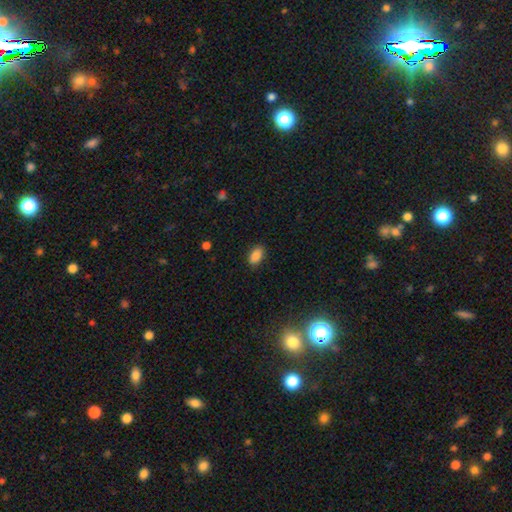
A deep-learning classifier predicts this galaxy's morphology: smooth-or-featured: smooth: 86% | star or artifact: 9% | featured or disk: 5%
  how-rounded: in between: 91% | round: 7% | cigar-shaped: 3%
  merging: none: 86% | minor disturbance: 11% | major disturbance: 2% | merger: 1%